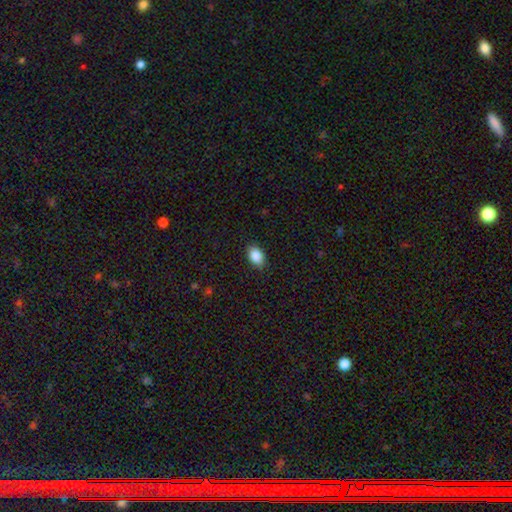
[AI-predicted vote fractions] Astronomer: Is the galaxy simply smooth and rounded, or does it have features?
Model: smooth — 87%.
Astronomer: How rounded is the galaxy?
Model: in between — 86%.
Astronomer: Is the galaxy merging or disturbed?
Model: none — 87%.